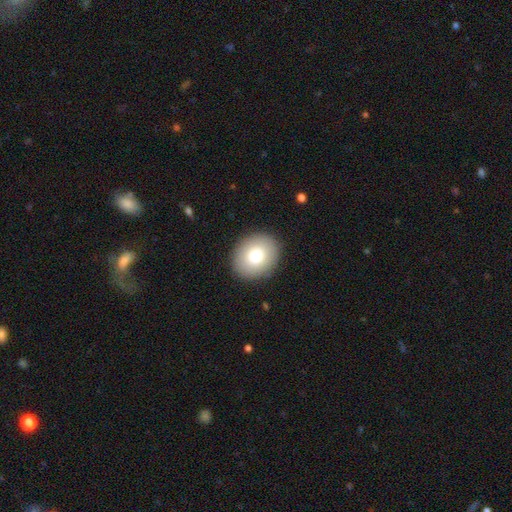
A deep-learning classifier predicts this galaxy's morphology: smooth-or-featured: smooth: 79% | featured or disk: 13% | star or artifact: 8%
  how-rounded: round: 61% | in between: 38% | cigar-shaped: 1%
  merging: none: 90% | minor disturbance: 7% | major disturbance: 2% | merger: 1%